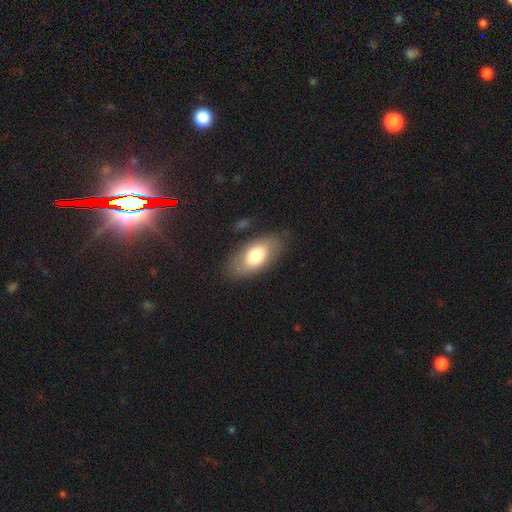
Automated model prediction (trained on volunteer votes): A smooth galaxy with no disk features (71%) that is in between round and cigar-shaped (91%). Merging: none (79%).